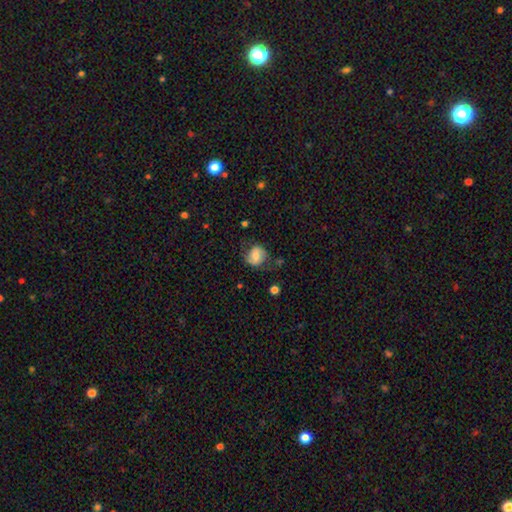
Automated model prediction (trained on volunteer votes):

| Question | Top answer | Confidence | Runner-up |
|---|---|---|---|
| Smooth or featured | smooth | 52% | featured or disk (40%) |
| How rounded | round | 62% | in between (37%) |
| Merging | none | 62% | minor disturbance (24%) |